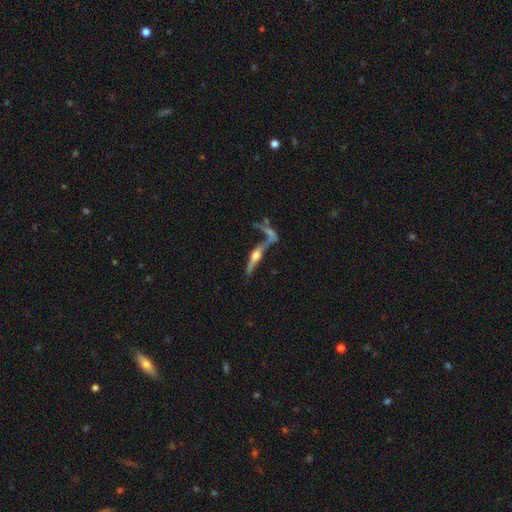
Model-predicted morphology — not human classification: smooth-or-featured: featured or disk: 75% | smooth: 18% | star or artifact: 7%
  disk-edge-on: yes: 91% | no: 9%
    edge-on-bulge: rounded: 93% | boxy: 4% | none: 3%
  merging: none: 48% | merger: 28% | minor disturbance: 14% | major disturbance: 10%